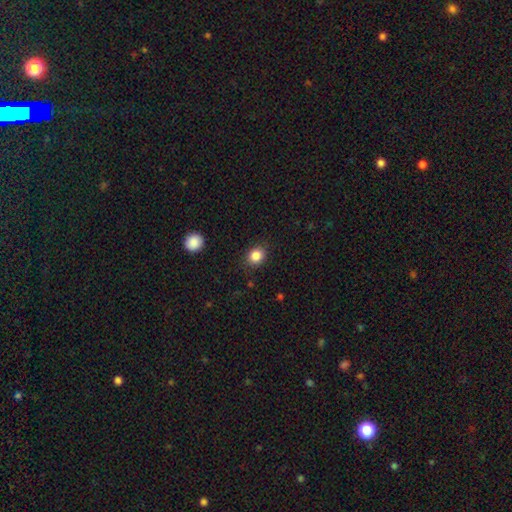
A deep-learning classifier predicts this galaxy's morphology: type=smooth (86%); roundness=round (65%); merging=none (85%).